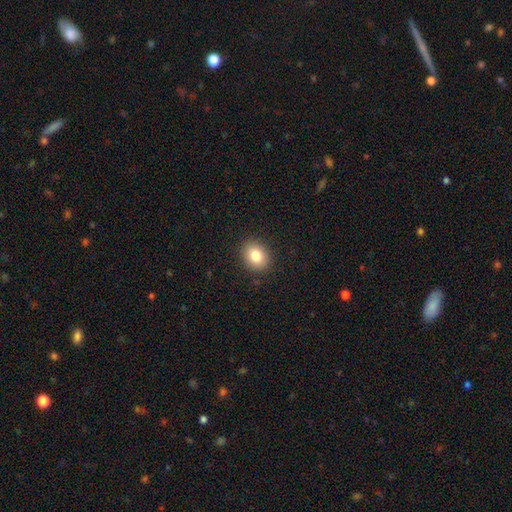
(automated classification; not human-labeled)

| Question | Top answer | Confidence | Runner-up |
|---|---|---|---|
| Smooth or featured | smooth | 83% | star or artifact (9%) |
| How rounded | in between | 54% | round (45%) |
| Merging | none | 89% | minor disturbance (8%) |